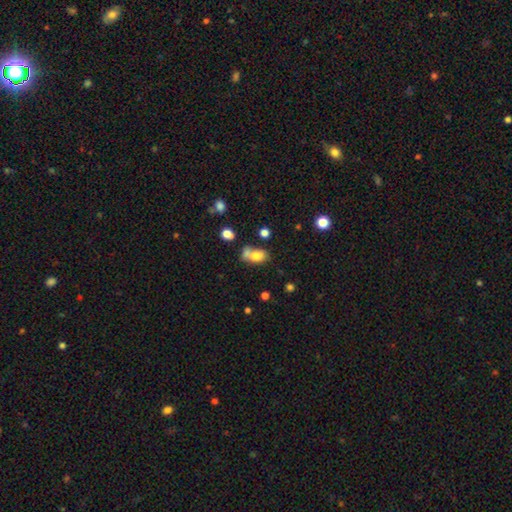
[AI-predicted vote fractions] Morphology: type=smooth (75%); roundness=in between (80%); merging=merger (42%).